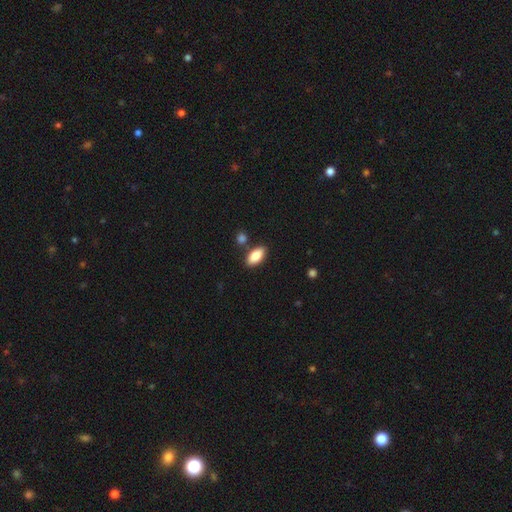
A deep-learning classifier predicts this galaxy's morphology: Overall: smooth (85%). How rounded: in between (90%). Merging: none (81%).